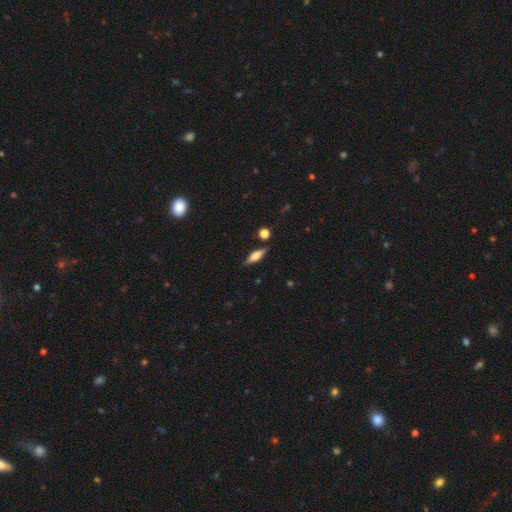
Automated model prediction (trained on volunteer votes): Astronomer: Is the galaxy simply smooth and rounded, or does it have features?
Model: smooth — 48% (runner-up: featured or disk, 45%).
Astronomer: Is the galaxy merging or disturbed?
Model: none — 84%.